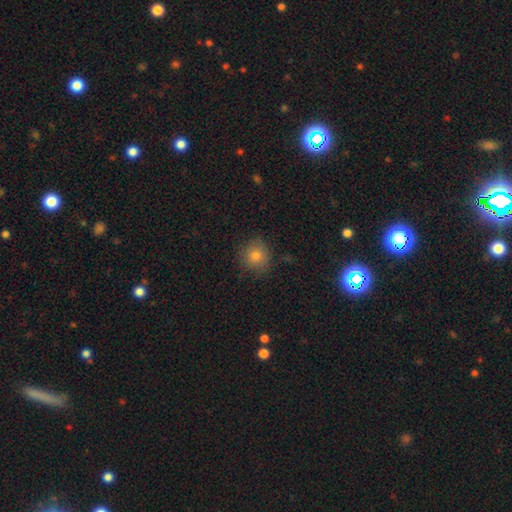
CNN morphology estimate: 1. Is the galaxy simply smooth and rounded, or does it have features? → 77% smooth, 15% star or artifact, 8% featured or disk.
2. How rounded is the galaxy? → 89% round, 10% in between, 1% cigar-shaped.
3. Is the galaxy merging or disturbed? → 84% none, 12% minor disturbance, 3% major disturbance, 1% merger.